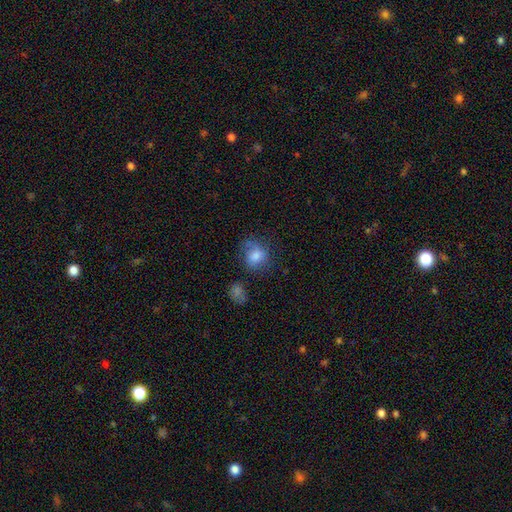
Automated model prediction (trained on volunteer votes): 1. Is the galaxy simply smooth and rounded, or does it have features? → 74% smooth, 16% featured or disk, 10% star or artifact.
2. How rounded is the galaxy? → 64% round, 35% in between, 1% cigar-shaped.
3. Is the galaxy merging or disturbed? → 56% none, 25% minor disturbance, 13% major disturbance, 6% merger.